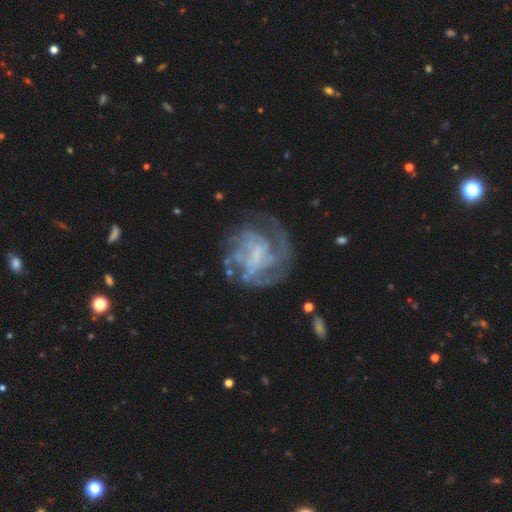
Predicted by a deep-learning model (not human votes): This appears to be a featured or disk galaxy (83%) with no bar (44%), tight (52%) spiral arms (90%) and no central bulge (52%). Merging: none (63%).